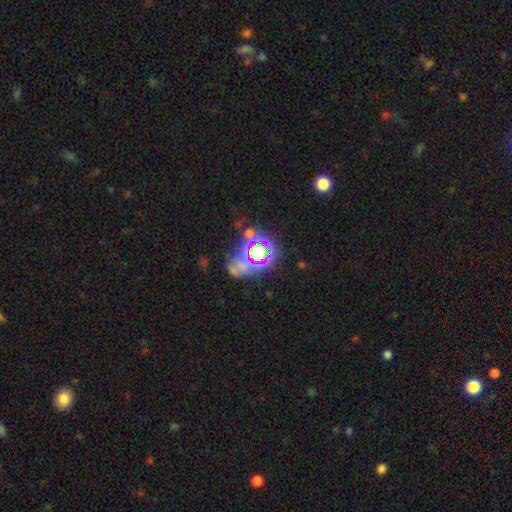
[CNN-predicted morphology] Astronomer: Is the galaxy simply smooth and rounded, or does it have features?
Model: star or artifact — 57%.